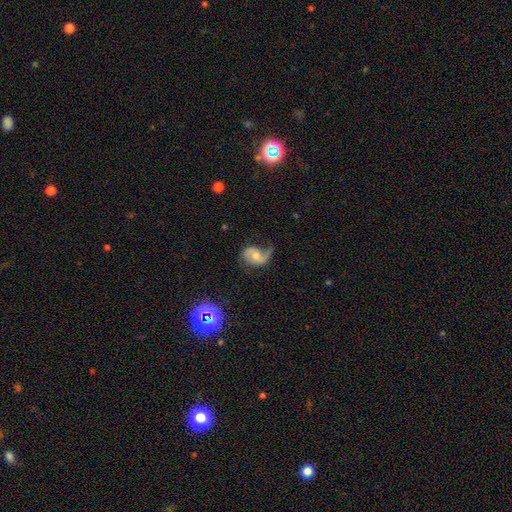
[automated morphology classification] Smooth or featured? featured or disk (73%)
Edge-on disk? no (97%)
Bar? no (57%)
Spiral arms? yes (93%)
Spiral winding? loose (52%)
Spiral arm count? 2 (62%)
Bulge size? moderate (48%)
Merging? none (49%)